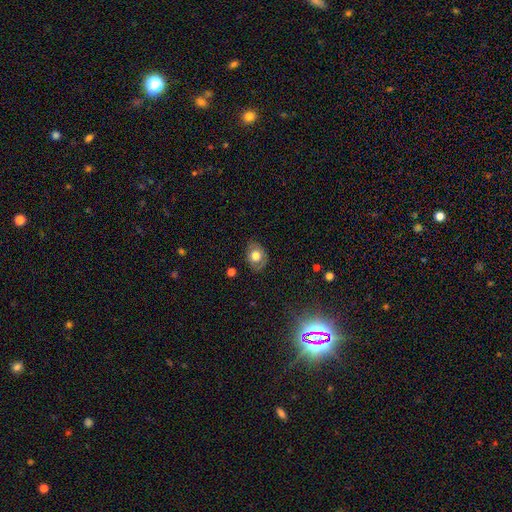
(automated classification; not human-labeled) smooth-or-featured: smooth: 66% | featured or disk: 24% | star or artifact: 10%
  how-rounded: in between: 56% | round: 43% | cigar-shaped: 1%
  merging: none: 79% | minor disturbance: 16% | major disturbance: 4% | merger: 1%